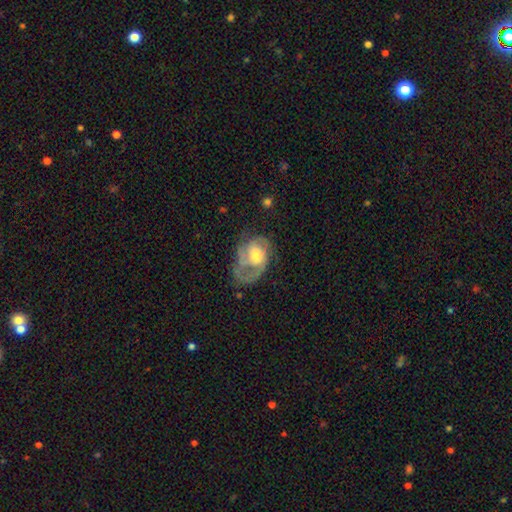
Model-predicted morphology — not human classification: The model was most divided on "spiral winding": medium: 43%, tight: 36%, loose: 21%. Remaining: edge-on disk — no (97%); spiral arms — yes (83%); smooth or featured — featured or disk (71%); bar — no (65%); bulge size — moderate (55%); merging — none (41%); spiral arm count — 2 (34%).